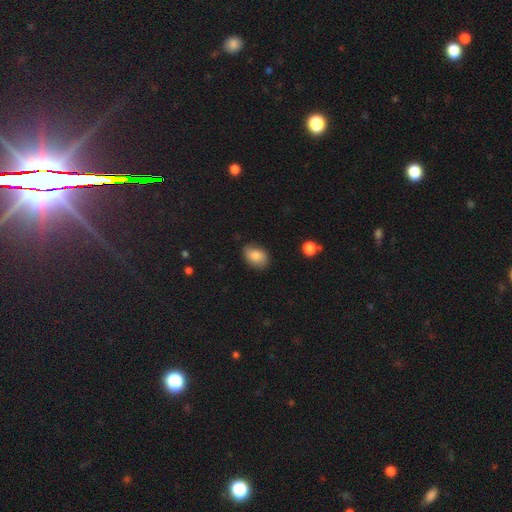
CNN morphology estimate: Smooth or featured?
  - smooth: 83% *
  - featured or disk: 9%
  - star or artifact: 8%
How rounded?
  - in between: 80% *
  - round: 19%
  - cigar-shaped: 1%
Merging?
  - none: 76% *
  - minor disturbance: 19%
  - major disturbance: 3%
  - merger: 2%